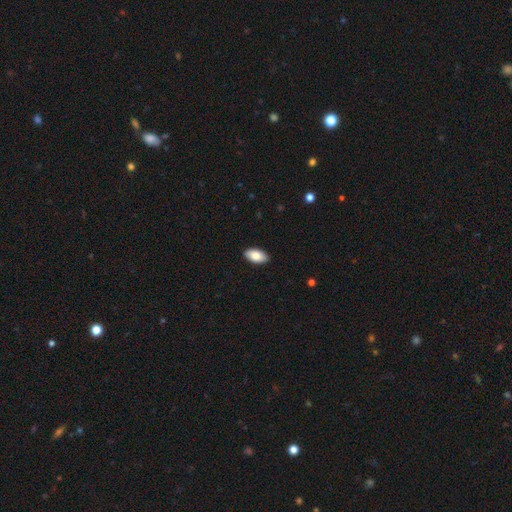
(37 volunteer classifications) This is clearly a smooth galaxy (89%). How rounded: clearly in between (88%). Merging: clearly none (86%).